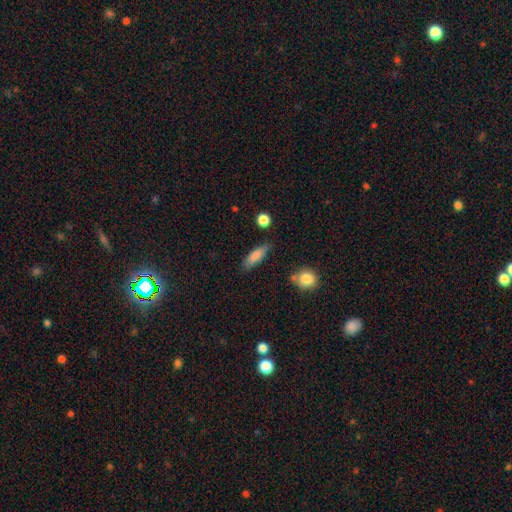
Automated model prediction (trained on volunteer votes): This is clearly a smooth galaxy (82%). How rounded: possibly cigar-shaped (49%, tied with in between). Merging: likely none (76%).